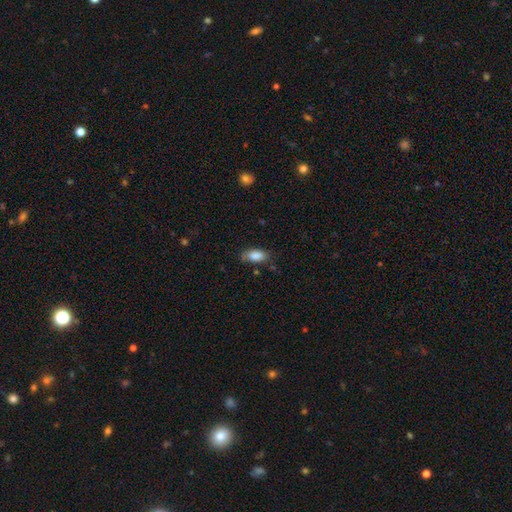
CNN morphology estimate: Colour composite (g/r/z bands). It shows a smooth galaxy with no disk features (86%) that is in between round and cigar-shaped (90%). Merging: none (70%).